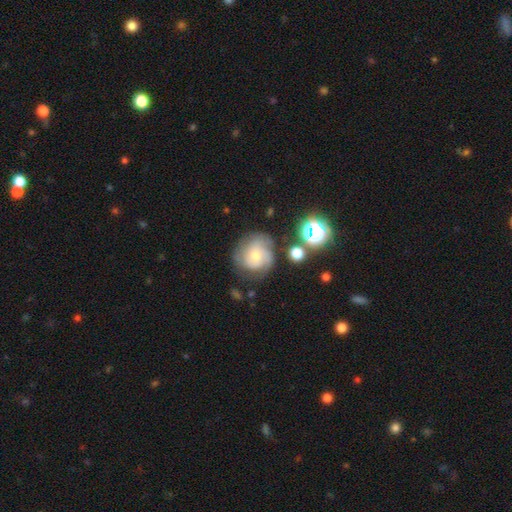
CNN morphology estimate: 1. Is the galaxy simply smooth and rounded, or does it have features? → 58% featured or disk, 32% smooth, 11% star or artifact.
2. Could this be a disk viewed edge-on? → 97% no, 3% yes.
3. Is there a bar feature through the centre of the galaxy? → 79% no, 18% weak, 3% strong.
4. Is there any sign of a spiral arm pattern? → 84% yes, 16% no.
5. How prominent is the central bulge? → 48% moderate, 46% small, 3% large, 2% none, 1% dominant.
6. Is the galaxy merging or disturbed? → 62% none, 22% minor disturbance, 12% major disturbance, 5% merger.